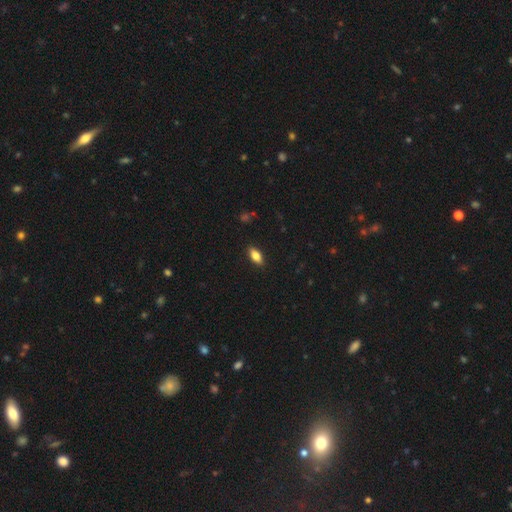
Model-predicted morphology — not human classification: smooth_or_featured: smooth (p=0.79) [alt: featured or disk p=0.14]
how_rounded: in between (p=0.86) [alt: cigar-shaped p=0.11]
merging: none (p=0.88) [alt: minor disturbance p=0.09]